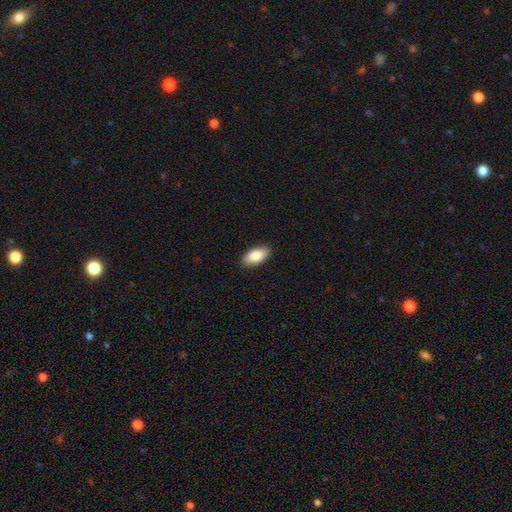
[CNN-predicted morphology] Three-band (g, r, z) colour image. It shows a smooth galaxy with no disk features (87%) that is in between round and cigar-shaped (94%). Merging: none (90%).